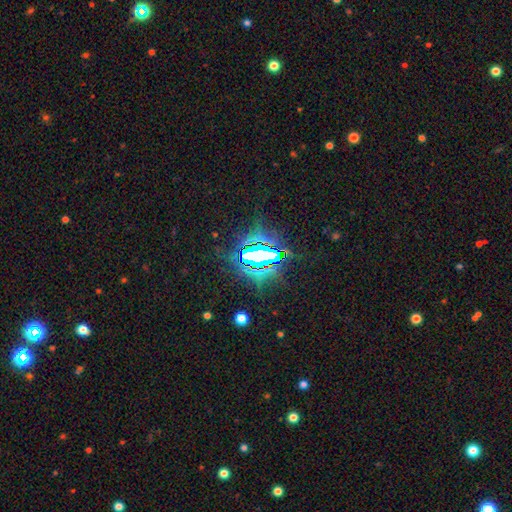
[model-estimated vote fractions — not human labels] star or artifact 86%, smooth 8%, featured or disk 6%.